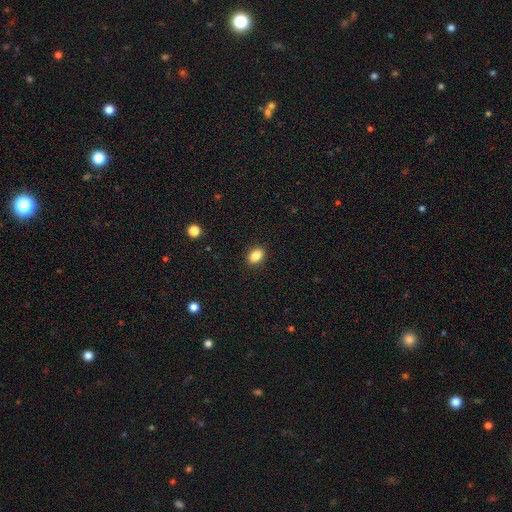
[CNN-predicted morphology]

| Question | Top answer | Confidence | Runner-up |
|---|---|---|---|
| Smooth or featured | smooth | 86% | star or artifact (9%) |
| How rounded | in between | 76% | round (23%) |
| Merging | none | 90% | minor disturbance (7%) |